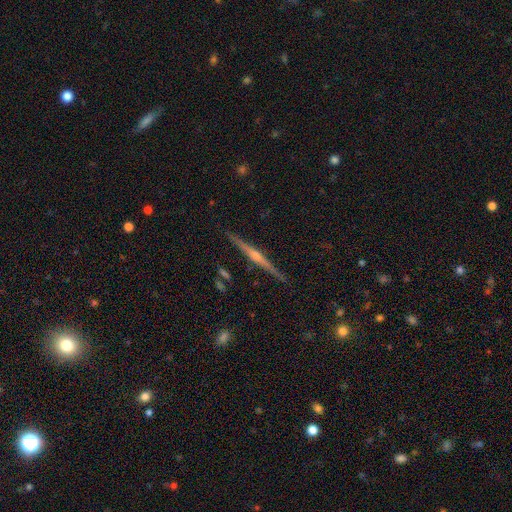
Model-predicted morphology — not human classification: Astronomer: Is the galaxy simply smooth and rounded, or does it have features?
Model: featured or disk — 85%.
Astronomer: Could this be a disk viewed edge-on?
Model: yes — 99%.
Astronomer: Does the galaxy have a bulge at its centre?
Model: rounded — 87%.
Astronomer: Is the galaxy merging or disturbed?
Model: none — 91%.